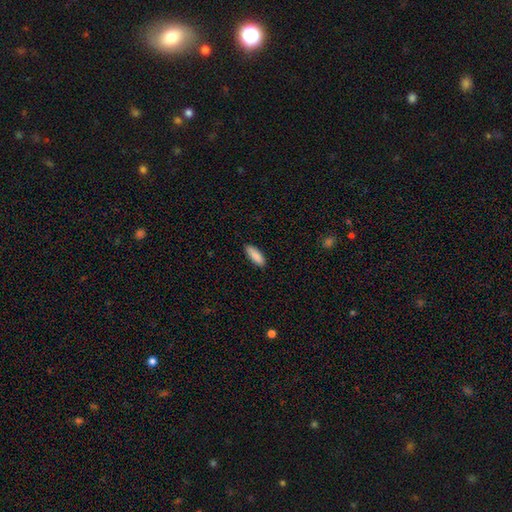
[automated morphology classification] Smooth or featured?
  - smooth: 89% *
  - star or artifact: 6%
  - featured or disk: 5%
How rounded?
  - in between: 65% *
  - cigar-shaped: 33%
  - round: 2%
Merging?
  - none: 86% *
  - minor disturbance: 11%
  - major disturbance: 2%
  - merger: 1%